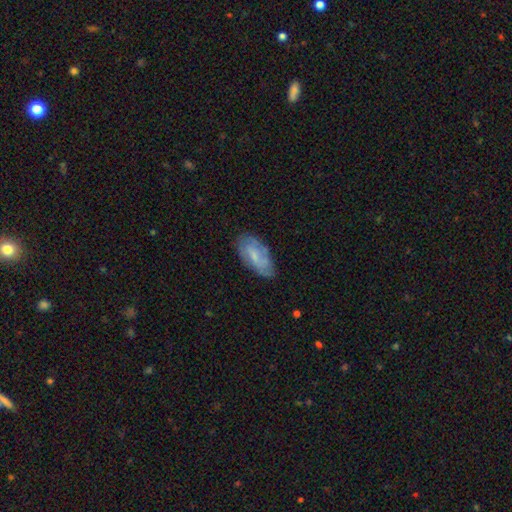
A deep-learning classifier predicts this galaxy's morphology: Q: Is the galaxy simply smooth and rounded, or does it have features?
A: smooth — 48%.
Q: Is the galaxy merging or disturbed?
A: none — 69%.